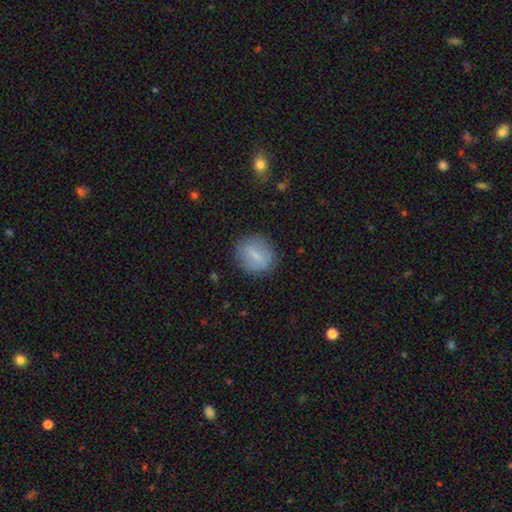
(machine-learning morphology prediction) Q: Smooth or featured?
A: smooth (61%); runner-up: featured or disk (30%)
Q: How rounded?
A: round (63%); runner-up: in between (33%)
Q: Merging?
A: none (81%); runner-up: minor disturbance (13%)